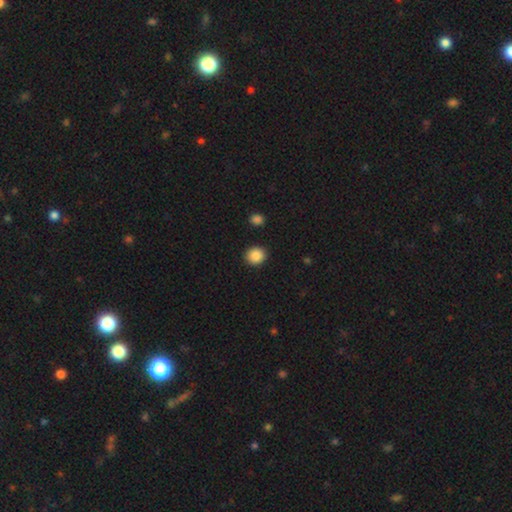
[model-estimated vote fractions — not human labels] Smooth or featured: smooth — 89% (star or artifact — 8%)
How rounded: round — 82% (in between — 17%)
Merging: none — 90% (minor disturbance — 6%)